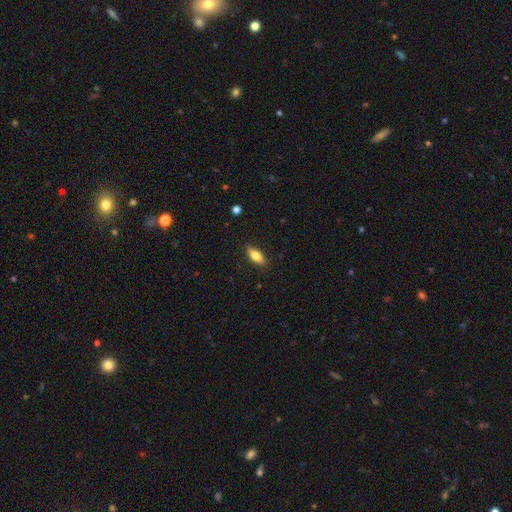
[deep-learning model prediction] Q: Smooth or featured?
A: smooth (76%); runner-up: featured or disk (18%)
Q: How rounded?
A: in between (76%); runner-up: cigar-shaped (22%)
Q: Merging?
A: none (87%); runner-up: minor disturbance (10%)